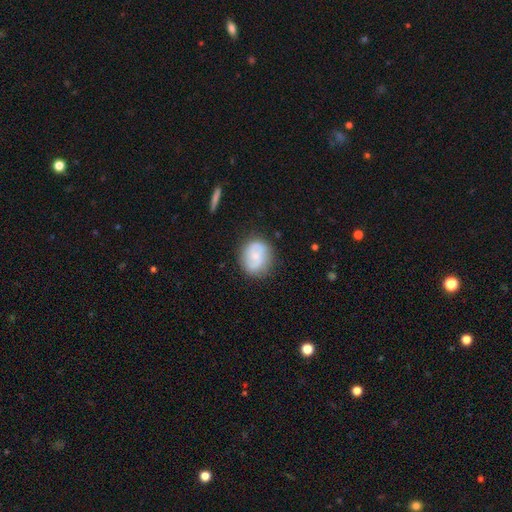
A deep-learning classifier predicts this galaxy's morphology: Overall: featured or disk (56%; smooth 38%). Edge-on disk: no (97%). Bar: no (55%; weak 38%). Spiral arms: yes (82%). Bulge size: small (48%; moderate 41%). Merging: none (77%).